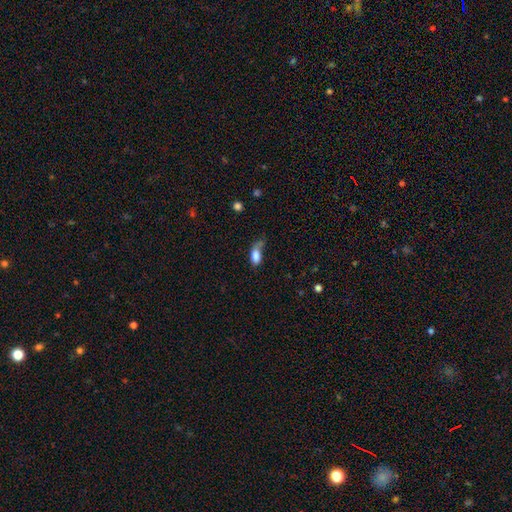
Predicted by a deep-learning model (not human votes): The model was most divided on "merging": none: 33%, minor disturbance: 29%, major disturbance: 29%, merger: 8%. More confident: how rounded — in between (88%); smooth or featured — smooth (79%).